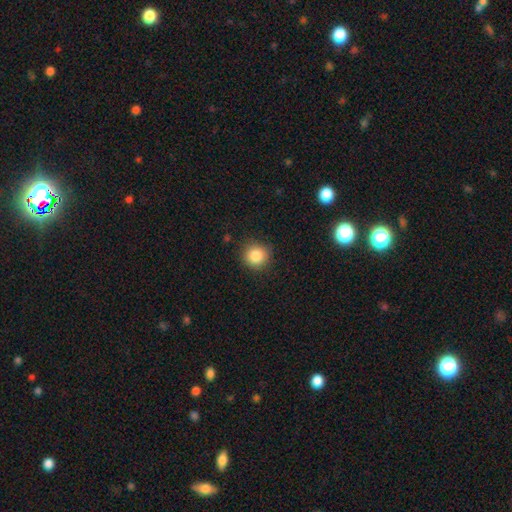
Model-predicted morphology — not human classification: smooth-or-featured: smooth: 85% | star or artifact: 10% | featured or disk: 5%
  how-rounded: round: 92% | in between: 8% | cigar-shaped: 1%
  merging: none: 87% | minor disturbance: 9% | major disturbance: 3% | merger: 1%